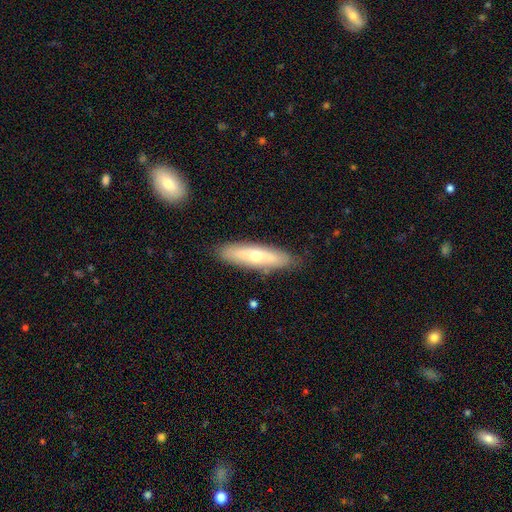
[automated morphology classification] smooth_or_featured: smooth (p=0.49) [alt: featured or disk p=0.45]
merging: none (p=0.84) [alt: minor disturbance p=0.12]